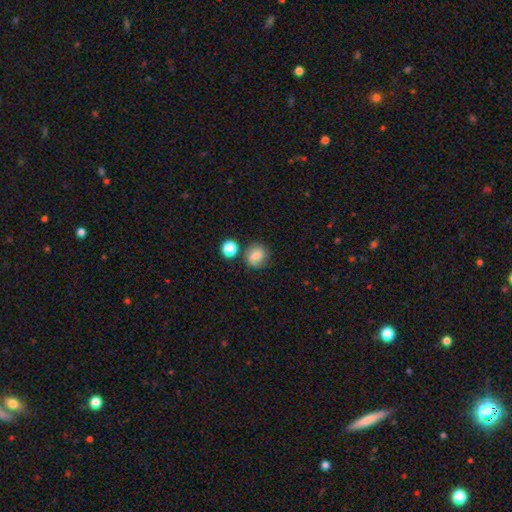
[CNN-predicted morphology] type=smooth (79%); roundness=round (85%); merging=none (75%).